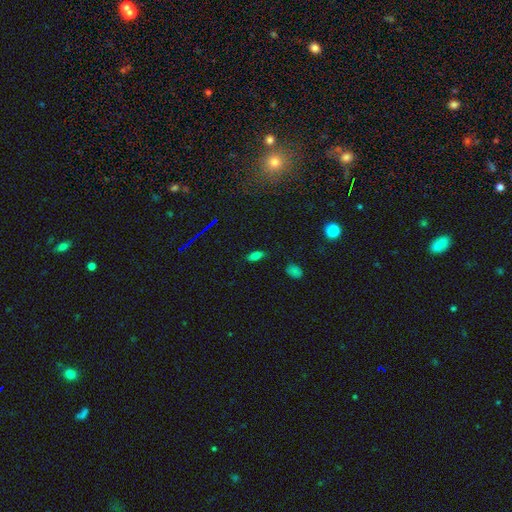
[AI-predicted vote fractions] A smooth galaxy with no disk features (72%) that is in between round and cigar-shaped (84%). Merging: none (79%).